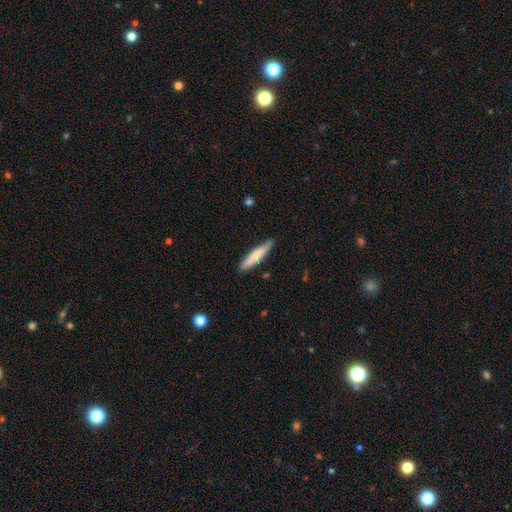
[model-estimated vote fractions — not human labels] A smooth galaxy with no disk features (70%) that is cigar-shaped (87%).

Vote fractions:
- Smooth or featured? smooth: 70% / featured or disk: 25% / star or artifact: 5%
- How rounded? cigar-shaped: 87% / in between: 12% / round: 1%
- Merging? none: 84% / minor disturbance: 13% / major disturbance: 2% / merger: 1%